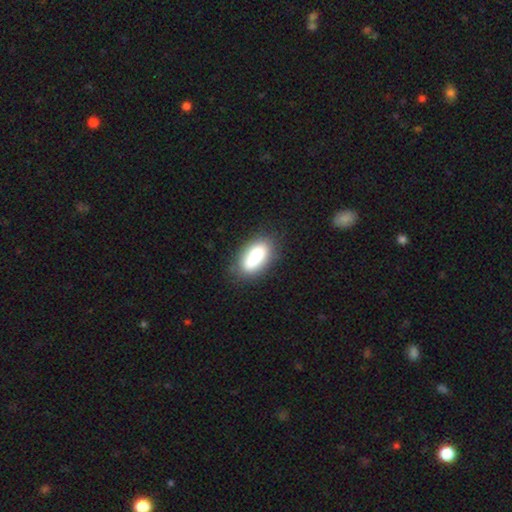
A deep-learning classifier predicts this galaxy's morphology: smooth-or-featured: smooth: 78% | featured or disk: 14% | star or artifact: 8%
  how-rounded: in between: 89% | cigar-shaped: 6% | round: 5%
  merging: none: 69% | minor disturbance: 17% | merger: 8% | major disturbance: 5%